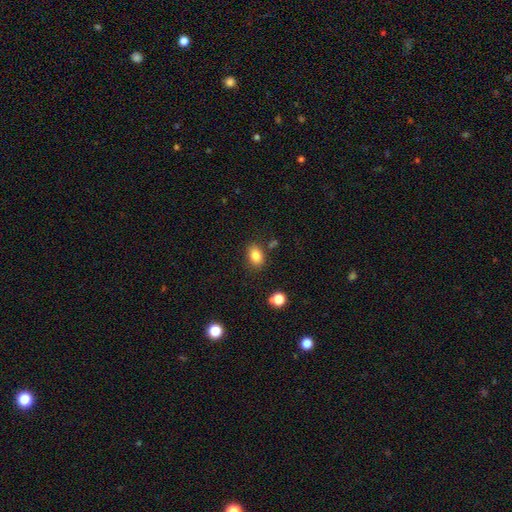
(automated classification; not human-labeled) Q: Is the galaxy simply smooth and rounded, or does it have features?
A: smooth — 84%.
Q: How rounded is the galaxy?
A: in between — 76%.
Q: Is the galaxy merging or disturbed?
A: none — 80%.